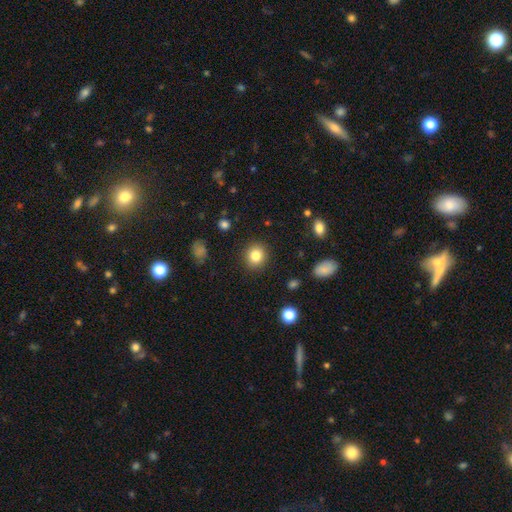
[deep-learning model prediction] Smooth or featured? Predicted: smooth (p=0.83). How rounded? Predicted: round (p=0.85). Merging? Predicted: none (p=0.90).